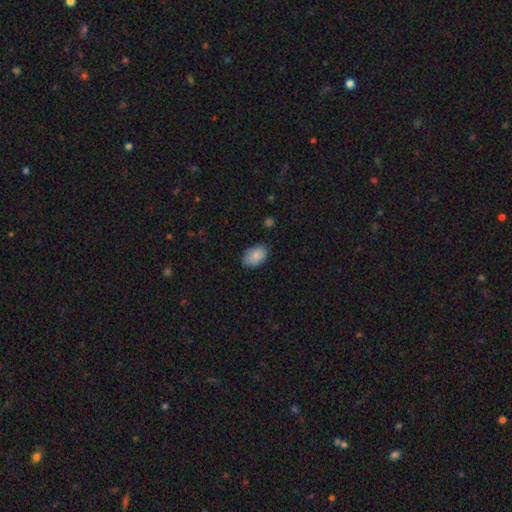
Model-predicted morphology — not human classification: Smooth or featured? Predicted: smooth (p=0.88). How rounded? Predicted: in between (p=0.89). Merging? Predicted: none (p=0.84).